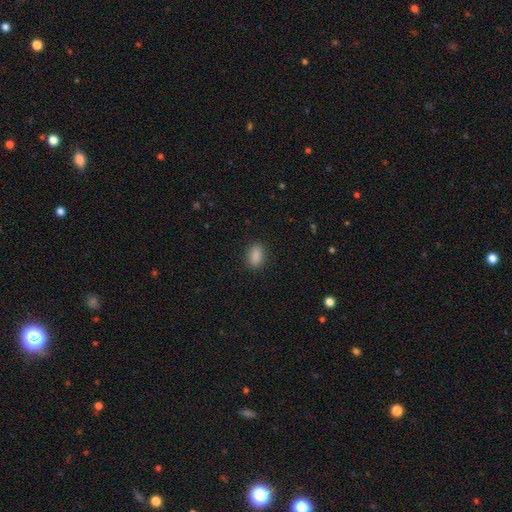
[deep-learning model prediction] The model was most divided on "how rounded": in between: 85%, round: 11%, cigar-shaped: 3%. More confident: smooth or featured — smooth (88%); merging — none (88%).